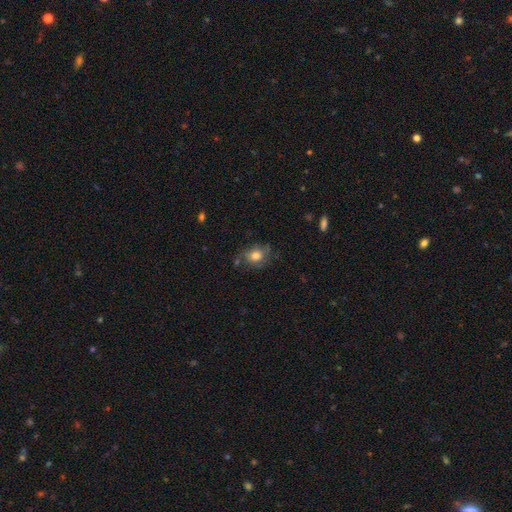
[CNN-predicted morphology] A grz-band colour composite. It shows a smooth galaxy with no disk features (67%) that is in between round and cigar-shaped (51%). Merging: none (61%).